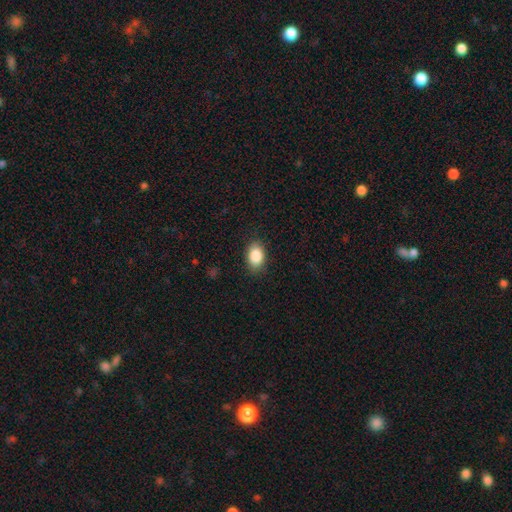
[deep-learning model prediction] Smooth or featured?
  - smooth: 87% *
  - star or artifact: 8%
  - featured or disk: 5%
How rounded?
  - in between: 81% *
  - round: 18%
  - cigar-shaped: 1%
Merging?
  - none: 86% *
  - minor disturbance: 11%
  - major disturbance: 3%
  - merger: 1%